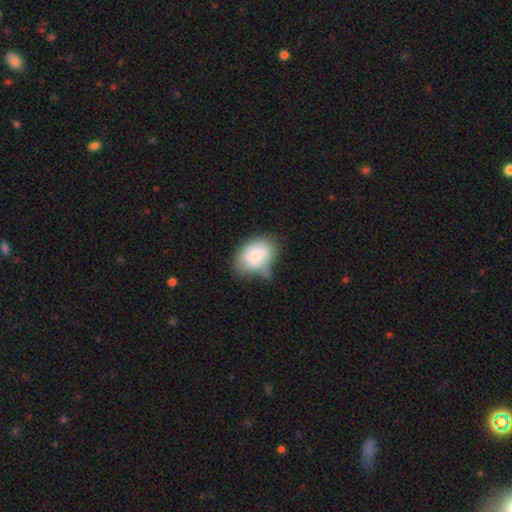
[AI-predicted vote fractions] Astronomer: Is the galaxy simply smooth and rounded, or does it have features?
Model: smooth — 69%.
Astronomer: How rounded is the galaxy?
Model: in between — 79%.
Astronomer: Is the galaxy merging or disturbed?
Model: minor disturbance — 35% (runner-up: none, 33%).